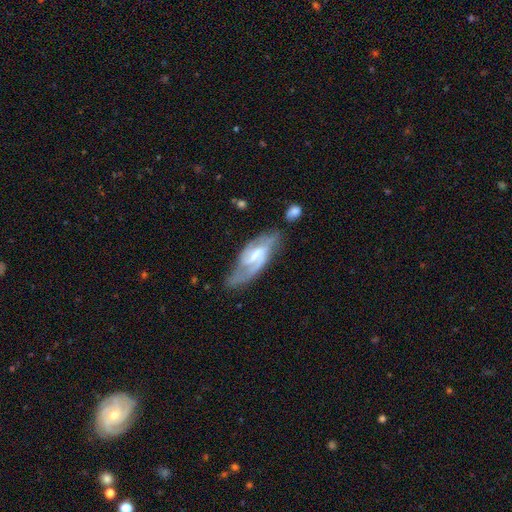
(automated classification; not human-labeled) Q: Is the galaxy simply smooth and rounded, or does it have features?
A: featured or disk — 84%.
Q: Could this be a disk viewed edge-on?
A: no — 93%.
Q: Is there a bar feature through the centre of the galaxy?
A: weak — 53%.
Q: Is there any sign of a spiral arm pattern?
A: yes — 95%.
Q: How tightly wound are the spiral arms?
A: medium — 52%.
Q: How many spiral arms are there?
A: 2 — 82%.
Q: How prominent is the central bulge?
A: small — 46%.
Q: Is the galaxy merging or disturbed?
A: none — 62%.